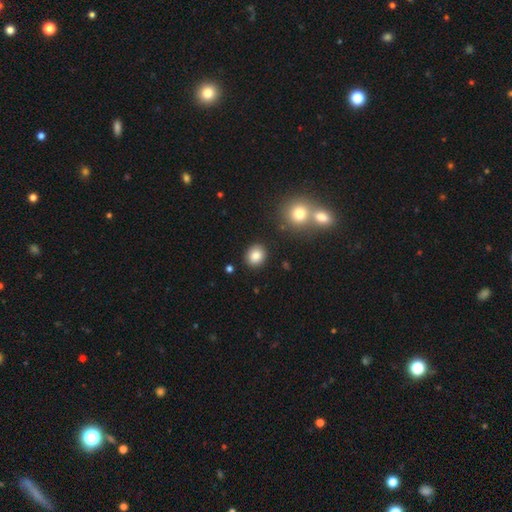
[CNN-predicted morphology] Q: Smooth or featured?
A: smooth (85%); runner-up: star or artifact (10%)
Q: How rounded?
A: round (73%); runner-up: in between (26%)
Q: Merging?
A: none (88%); runner-up: minor disturbance (7%)